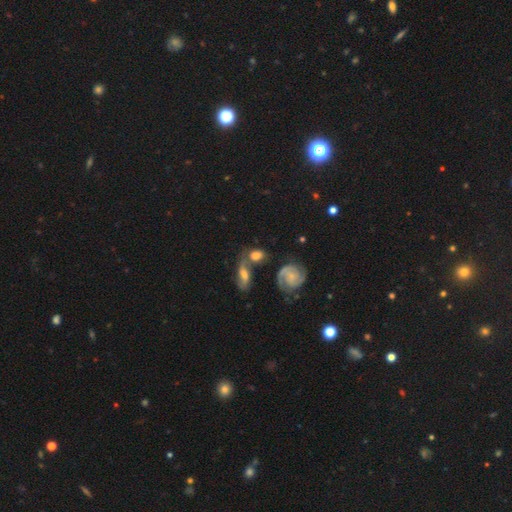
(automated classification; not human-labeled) Smooth or featured: smooth — 46% (featured or disk — 44%)
Merging: none — 42% (merger — 37%)